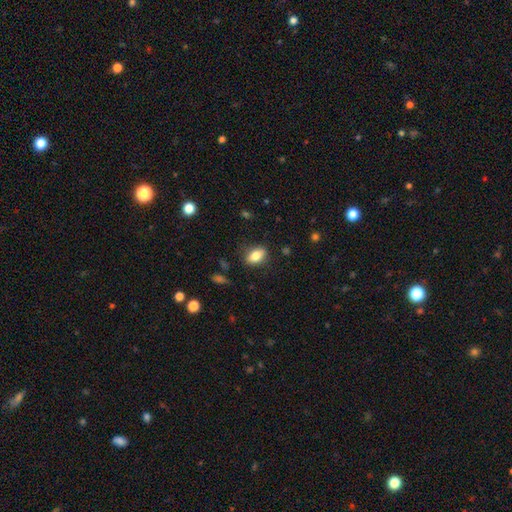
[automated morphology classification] Smooth or featured? smooth (78%)
How rounded? in between (85%)
Merging? none (83%)